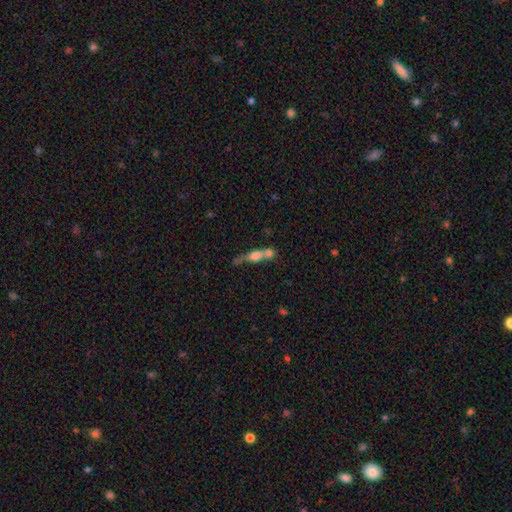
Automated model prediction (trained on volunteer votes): Q: Smooth or featured?
A: smooth (53%); runner-up: featured or disk (37%)
Q: How rounded?
A: cigar-shaped (43%); runner-up: in between (39%)
Q: Merging?
A: merger (57%); runner-up: none (26%)